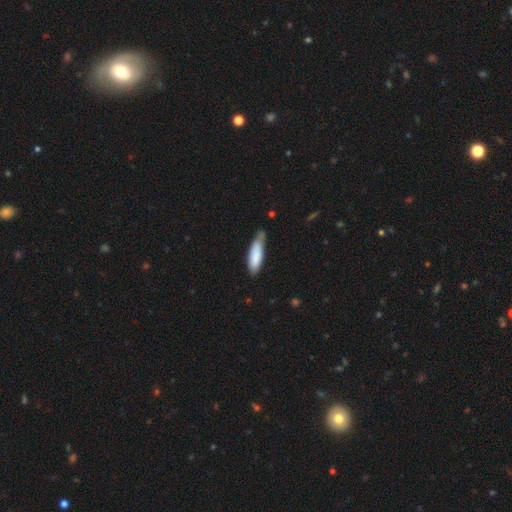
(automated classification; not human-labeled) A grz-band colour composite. It shows a smooth galaxy with no disk features (82%) that is cigar-shaped (59%). Merging: none (51%).